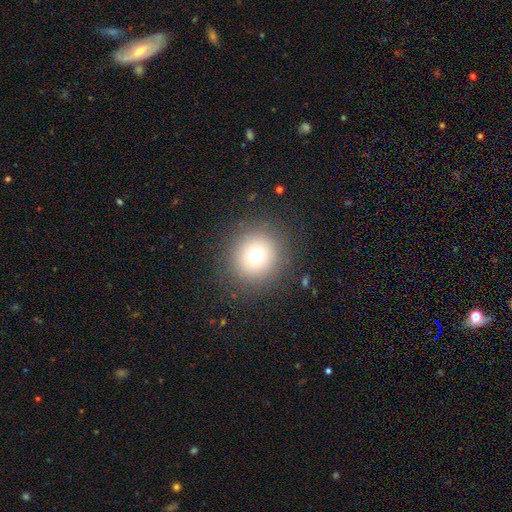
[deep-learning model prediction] smooth_or_featured: smooth (p=0.72) [alt: star or artifact p=0.16]
how_rounded: round (p=0.92) [alt: in between p=0.07]
merging: none (p=0.88) [alt: minor disturbance p=0.07]